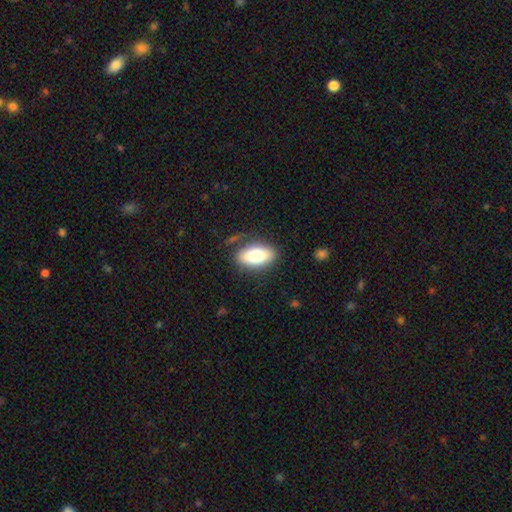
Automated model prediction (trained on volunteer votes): Morphology: type=smooth (75%); roundness=in between (89%); merging=none (81%).